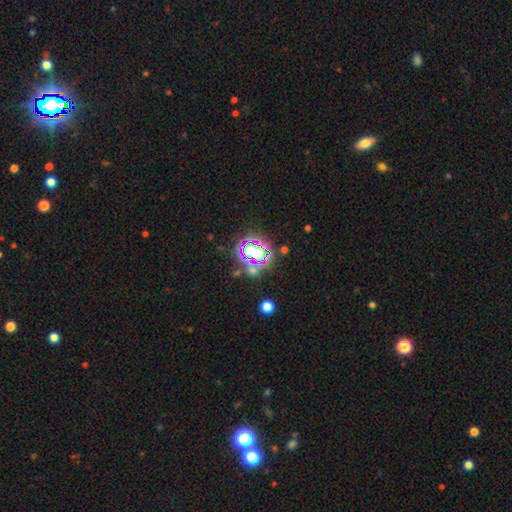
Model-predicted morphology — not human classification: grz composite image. It shows a star or artifact, not a galaxy (76%).